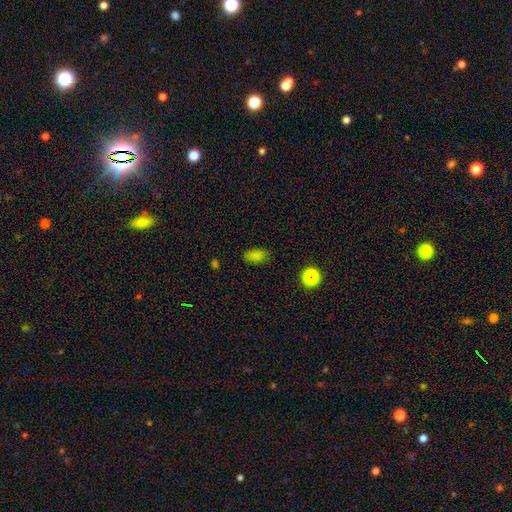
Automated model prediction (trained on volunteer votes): A smooth galaxy with no disk features (80%) that is in between round and cigar-shaped (90%). Merging: none (82%).